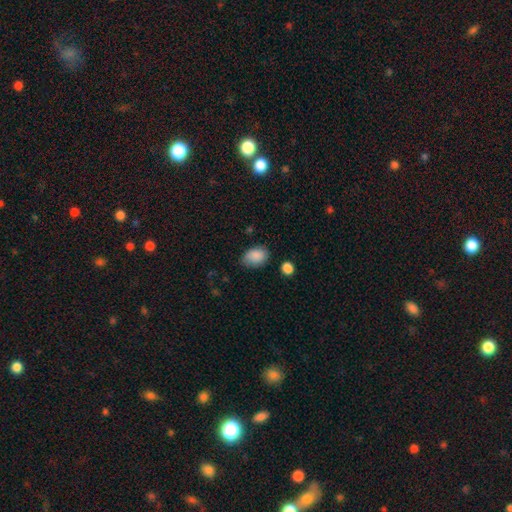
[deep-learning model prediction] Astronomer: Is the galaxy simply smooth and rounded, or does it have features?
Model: smooth — 88%.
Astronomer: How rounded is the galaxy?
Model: in between — 81%.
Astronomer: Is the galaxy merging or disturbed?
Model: none — 69%.